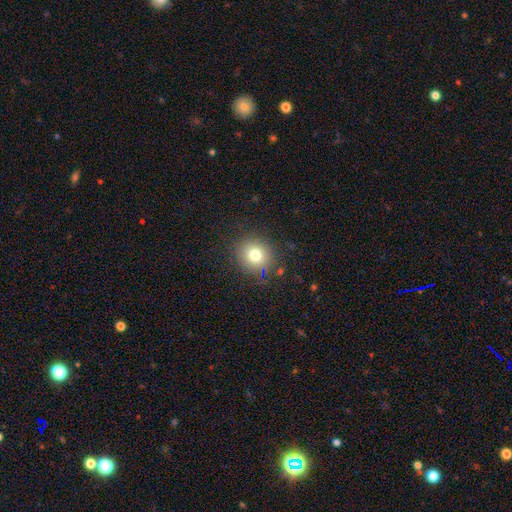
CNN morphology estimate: Smooth or featured: smooth — 77% (star or artifact — 14%)
How rounded: round — 87% (in between — 12%)
Merging: none — 88% (minor disturbance — 8%)